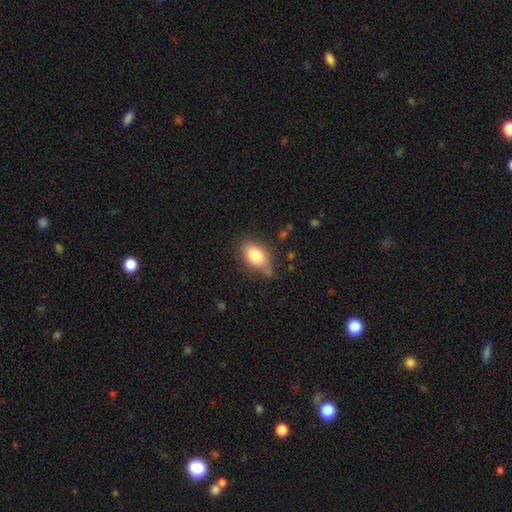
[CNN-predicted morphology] smooth-or-featured: smooth: 82% | featured or disk: 11% | star or artifact: 8%
  how-rounded: in between: 87% | round: 10% | cigar-shaped: 3%
  merging: none: 62% | minor disturbance: 27% | major disturbance: 7% | merger: 4%